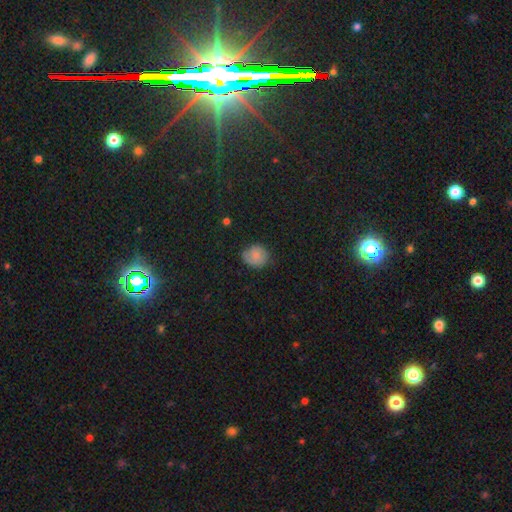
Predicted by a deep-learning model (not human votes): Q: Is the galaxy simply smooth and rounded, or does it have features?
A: smooth — 72%.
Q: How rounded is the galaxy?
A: round — 72%.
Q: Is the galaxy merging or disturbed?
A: none — 70%.